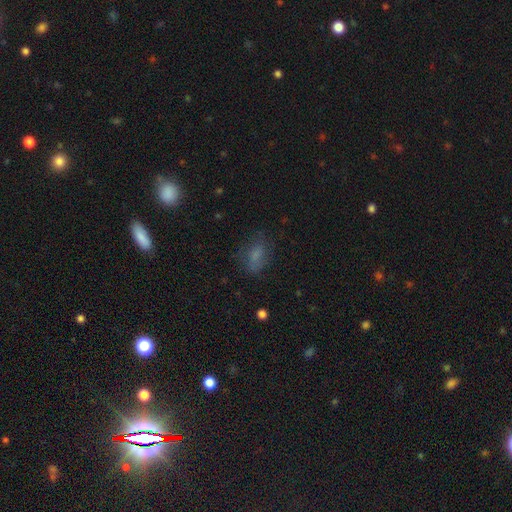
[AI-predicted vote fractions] A smooth galaxy with no disk features (67%) that is in between round and cigar-shaped (78%).

Vote fractions:
- Smooth or featured? smooth: 67% / featured or disk: 18% / star or artifact: 15%
- How rounded? in between: 78% / round: 13% / cigar-shaped: 9%
- Merging? none: 63% / minor disturbance: 22% / major disturbance: 13% / merger: 2%